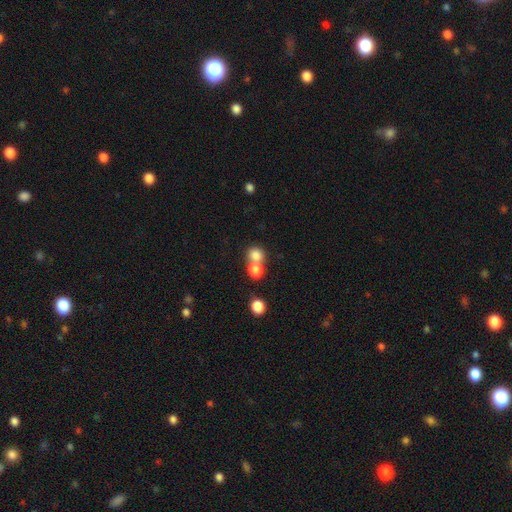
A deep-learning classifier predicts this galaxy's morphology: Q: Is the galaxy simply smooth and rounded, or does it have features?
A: smooth — 80%.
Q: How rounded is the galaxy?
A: round — 82%.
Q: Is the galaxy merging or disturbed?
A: none — 48%.